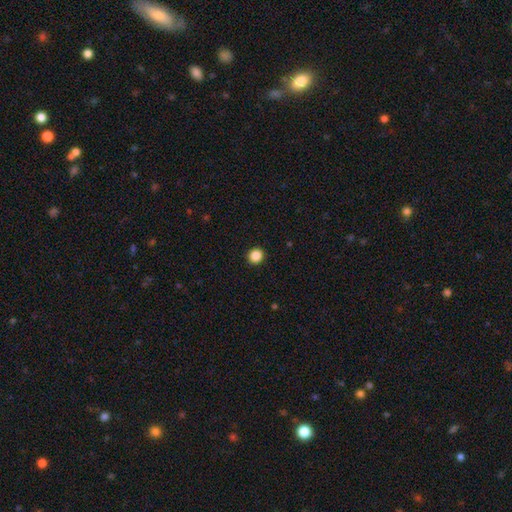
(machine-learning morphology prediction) Overall: smooth (87%). How rounded: round (88%). Merging: none (93%).